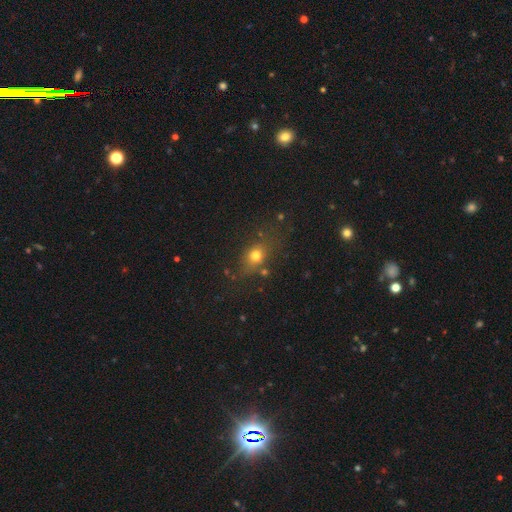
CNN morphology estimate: Smooth or featured? smooth (71%)
How rounded? round (52%)
Merging? none (69%)